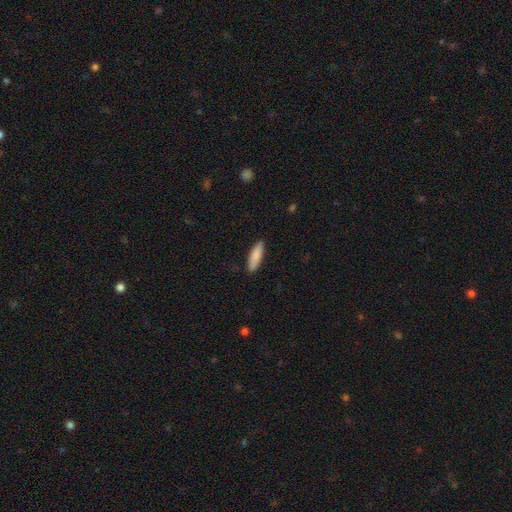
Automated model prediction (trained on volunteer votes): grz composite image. It shows a smooth galaxy with no disk features (85%) that is cigar-shaped (61%). Merging: none (88%).